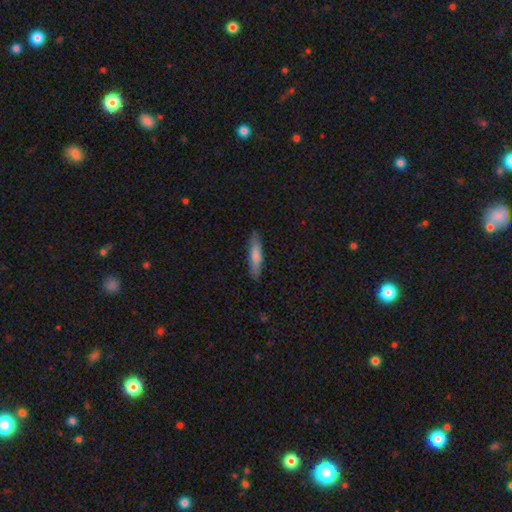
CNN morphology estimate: A smooth galaxy with no disk features (77%) that is cigar-shaped (80%).

Vote fractions:
- Smooth or featured? smooth: 77% / featured or disk: 17% / star or artifact: 5%
- How rounded? cigar-shaped: 80% / in between: 18% / round: 1%
- Merging? none: 84% / minor disturbance: 13% / major disturbance: 2% / merger: 1%